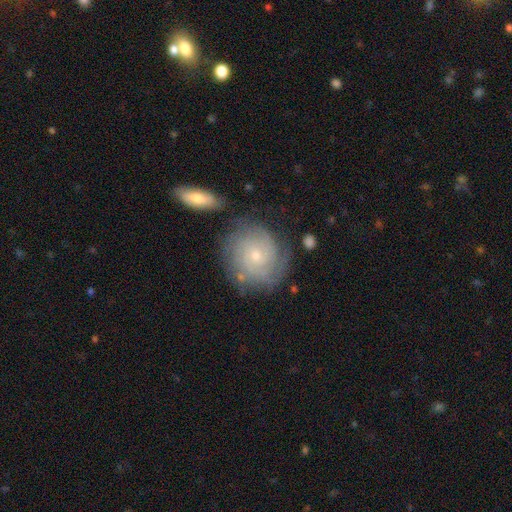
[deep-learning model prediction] This appears to be a featured or disk galaxy (73%) with no bar (80%), tight (78%) spiral arms (92%) and a small central bulge (71%). Merging: none (75%).